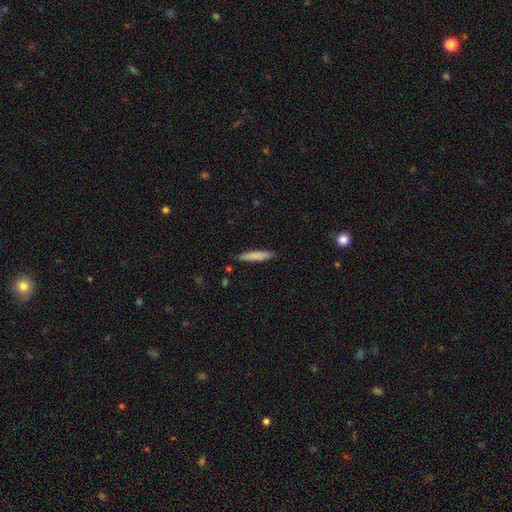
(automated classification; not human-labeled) A smooth galaxy with no disk features (80%) that is cigar-shaped (89%). Merging: none (87%).